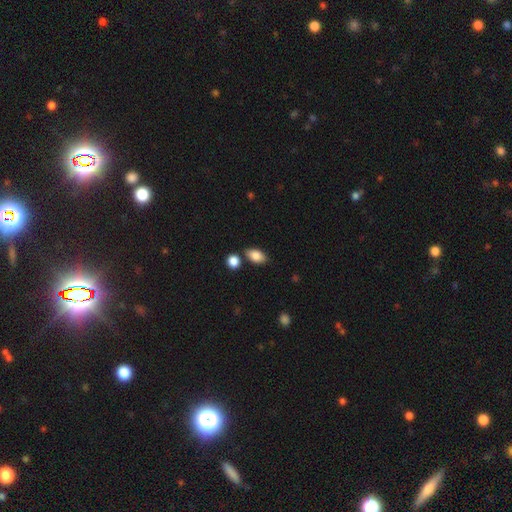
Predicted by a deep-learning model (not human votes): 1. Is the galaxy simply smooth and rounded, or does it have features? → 85% smooth, 8% star or artifact, 7% featured or disk.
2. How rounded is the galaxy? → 90% in between, 8% round, 2% cigar-shaped.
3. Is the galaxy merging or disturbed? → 76% none, 12% minor disturbance, 10% merger, 3% major disturbance.